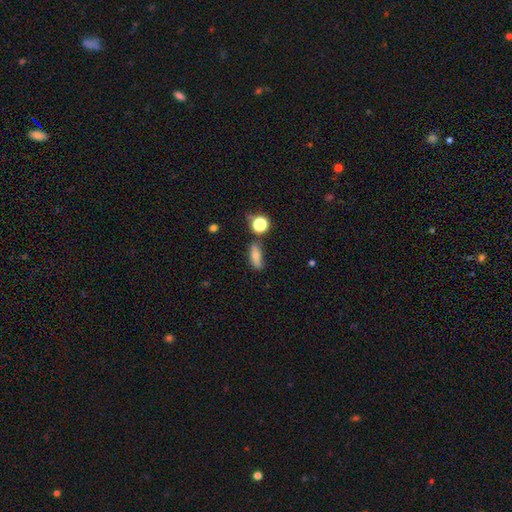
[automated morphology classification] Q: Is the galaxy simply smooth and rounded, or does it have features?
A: smooth — 71%.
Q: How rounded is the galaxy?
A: in between — 55%.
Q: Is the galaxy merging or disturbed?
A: none — 63%.